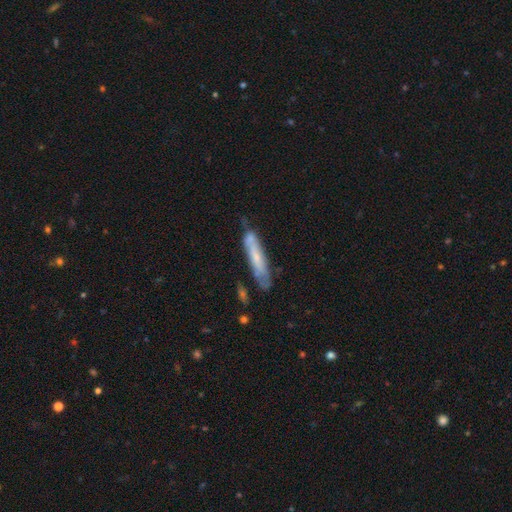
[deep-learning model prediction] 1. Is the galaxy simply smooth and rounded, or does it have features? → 48% featured or disk, 45% smooth, 7% star or artifact.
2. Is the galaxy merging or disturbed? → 57% none, 27% minor disturbance, 8% major disturbance, 8% merger.